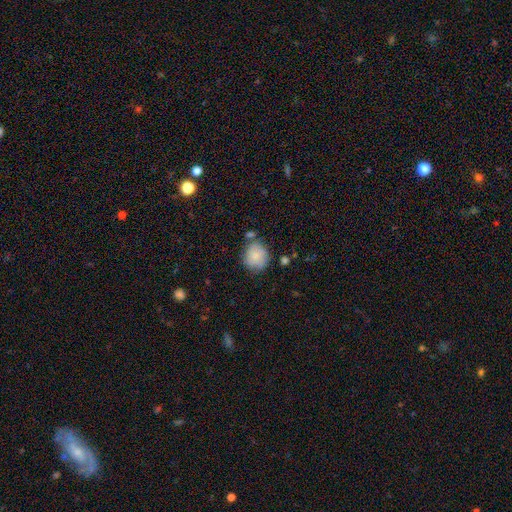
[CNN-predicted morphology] type=smooth (79%); roundness=round (77%); merging=none (64%).